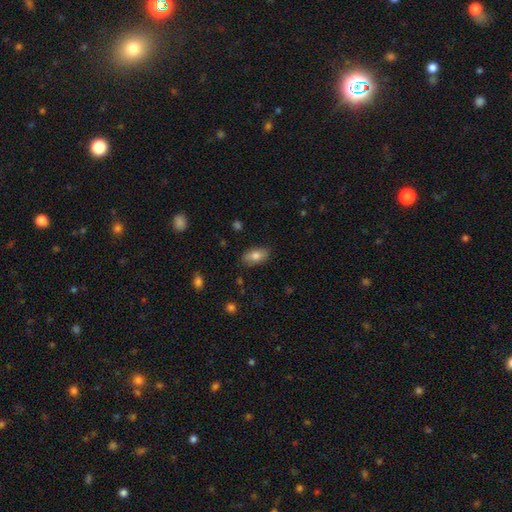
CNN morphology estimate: A smooth galaxy with no disk features (75%) that is in between round and cigar-shaped (88%).

Vote fractions:
- Smooth or featured? smooth: 75% / featured or disk: 17% / star or artifact: 8%
- How rounded? in between: 88% / cigar-shaped: 7% / round: 5%
- Merging? none: 81% / minor disturbance: 15% / major disturbance: 3% / merger: 1%